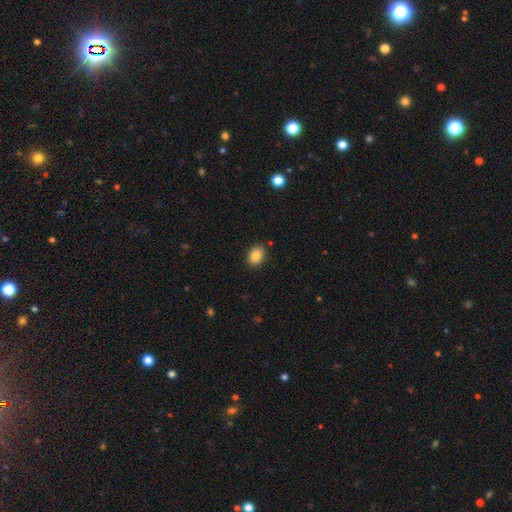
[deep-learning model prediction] smooth-or-featured: smooth: 86% | star or artifact: 8% | featured or disk: 6%
  how-rounded: in between: 76% | round: 23% | cigar-shaped: 1%
  merging: none: 87% | minor disturbance: 10% | major disturbance: 2% | merger: 2%